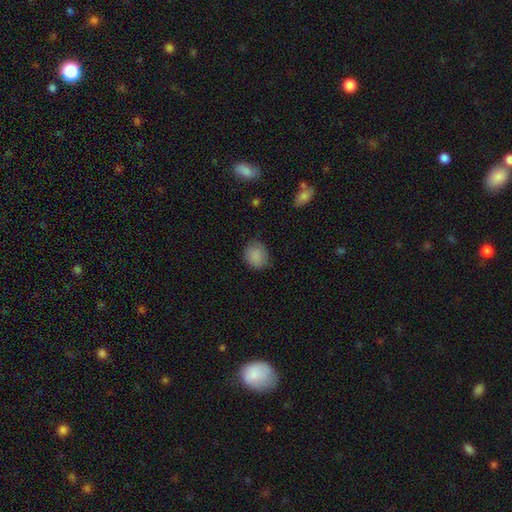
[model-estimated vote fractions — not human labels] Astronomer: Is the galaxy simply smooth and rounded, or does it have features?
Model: smooth — 86%.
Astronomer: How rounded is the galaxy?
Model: round — 68%.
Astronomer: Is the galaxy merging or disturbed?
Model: none — 73%.